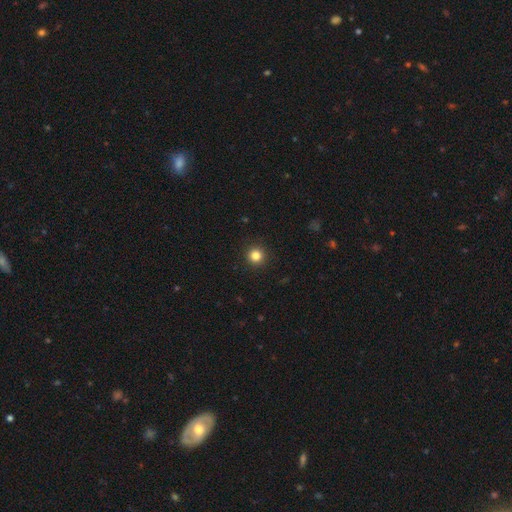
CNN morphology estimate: Overall: smooth (84%). How rounded: round (95%). Merging: none (93%).